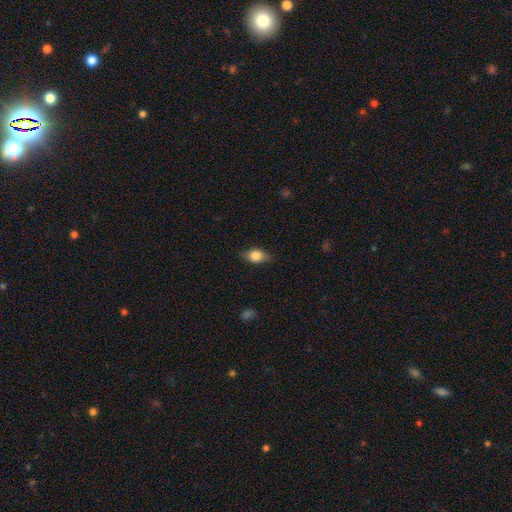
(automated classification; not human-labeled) smooth 78%, featured or disk 14%, star or artifact 8%. Down the decision tree: how rounded — in between (79%); merging — none (80%).